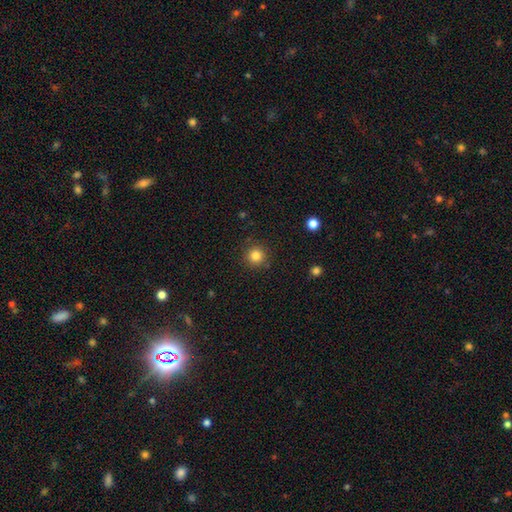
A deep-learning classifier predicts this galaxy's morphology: Overall: smooth (83%). How rounded: round (95%). Merging: none (90%).